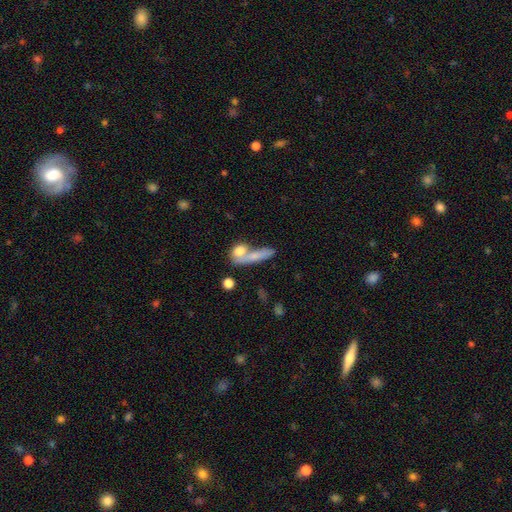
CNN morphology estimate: A smooth galaxy with no disk features (70%) that is cigar-shaped (46%).

Vote fractions:
- Smooth or featured? smooth: 70% / featured or disk: 21% / star or artifact: 8%
- How rounded? cigar-shaped: 46% / in between: 38% / round: 16%
- Merging? merger: 43% / none: 38% / minor disturbance: 11% / major disturbance: 8%